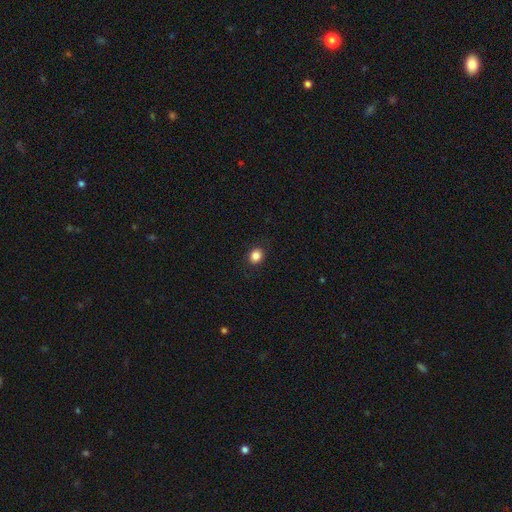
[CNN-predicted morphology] Overall: smooth (85%). How rounded: round (71%). Merging: none (90%).